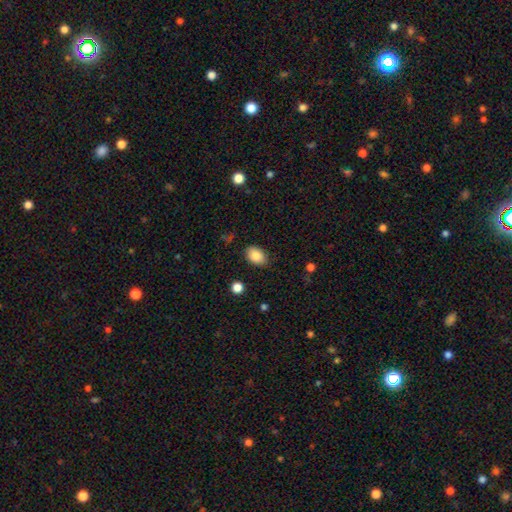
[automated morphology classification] smooth 86%, star or artifact 8%, featured or disk 6%. Down the decision tree: how rounded — in between (84%); merging — none (85%).